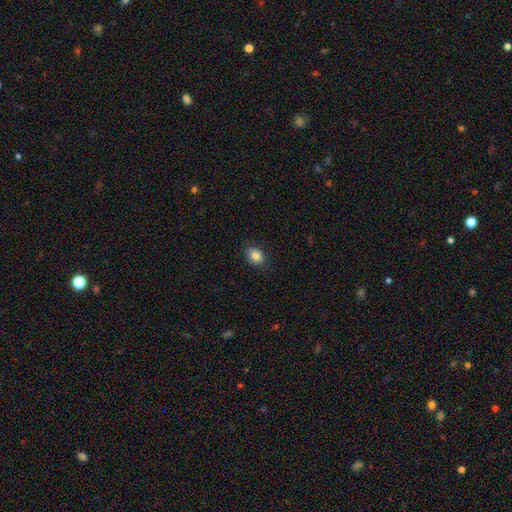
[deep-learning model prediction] smooth 85%, star or artifact 9%, featured or disk 5%. Down the decision tree: how rounded — in between (63%); merging — none (86%).